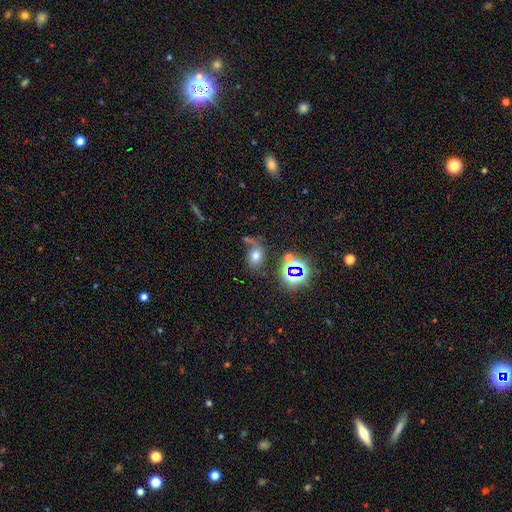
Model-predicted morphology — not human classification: Smooth or featured? smooth (62%)
How rounded? in between (60%)
Merging? none (55%)